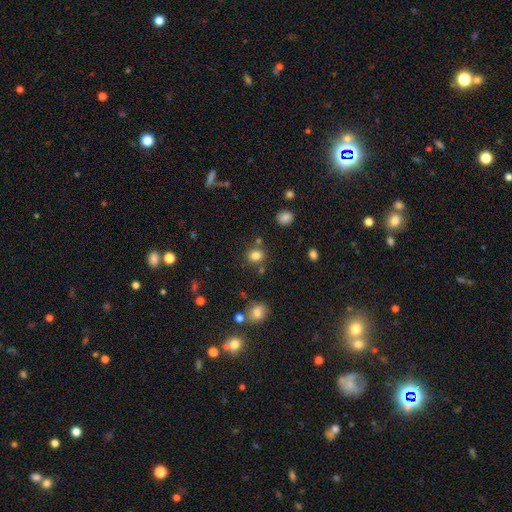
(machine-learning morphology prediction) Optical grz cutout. It shows a smooth galaxy with no disk features (81%) that is round (64%). Merging: none (75%).